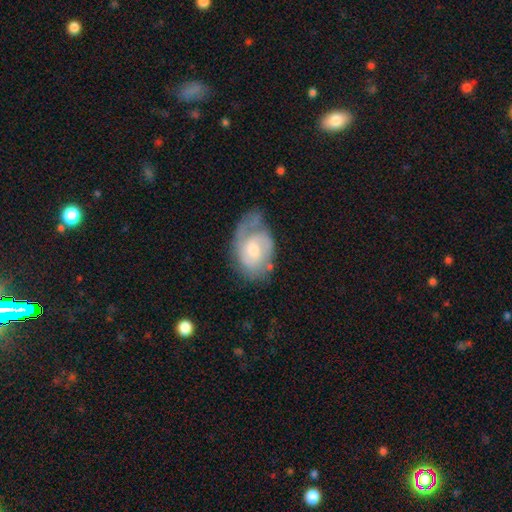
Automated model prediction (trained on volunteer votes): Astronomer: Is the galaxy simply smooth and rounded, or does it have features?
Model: featured or disk — 67%.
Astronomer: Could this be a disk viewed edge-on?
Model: no — 97%.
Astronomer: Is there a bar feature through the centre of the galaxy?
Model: no — 59% (runner-up: weak, 36%).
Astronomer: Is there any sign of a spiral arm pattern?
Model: yes — 86%.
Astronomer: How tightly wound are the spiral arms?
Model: medium — 42% (runner-up: tight, 39%).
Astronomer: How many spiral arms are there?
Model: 2 — 48%.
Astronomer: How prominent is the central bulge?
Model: moderate — 47% (runner-up: small, 44%).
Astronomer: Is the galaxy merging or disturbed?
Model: none — 44% (runner-up: minor disturbance, 30%).